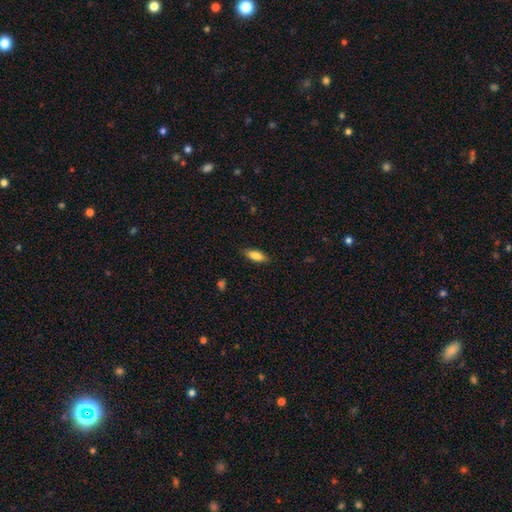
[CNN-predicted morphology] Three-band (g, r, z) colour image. It shows a smooth galaxy with no disk features (83%) that is in between round and cigar-shaped (75%). Merging: none (83%).